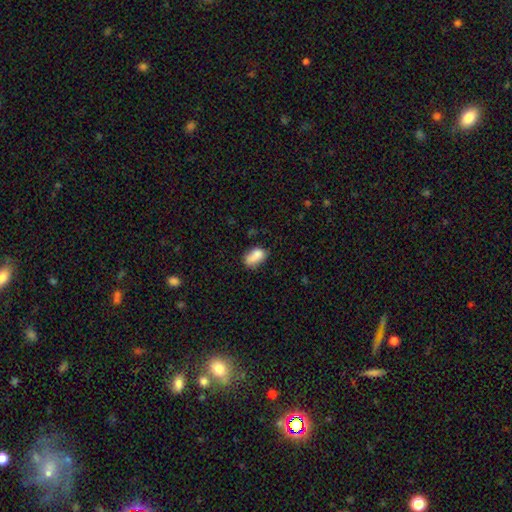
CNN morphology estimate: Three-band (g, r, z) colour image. It shows a smooth galaxy with no disk features (80%) that is in between round and cigar-shaped (86%). Merging: none (48%).